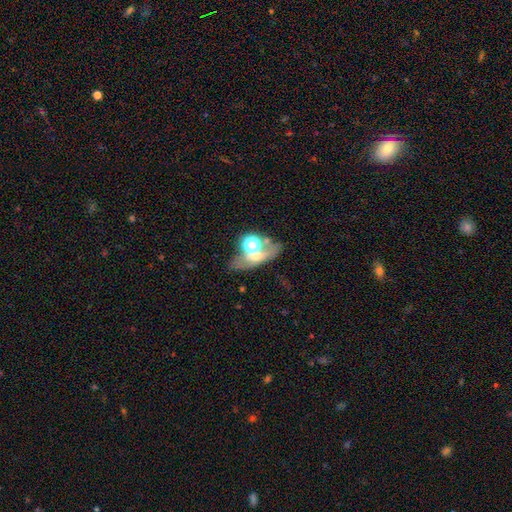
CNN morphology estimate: This appears to be a smooth galaxy with no disk features (45%). Merging: none (48%).